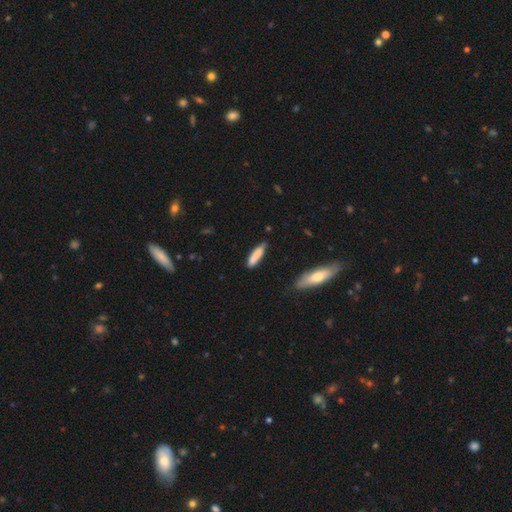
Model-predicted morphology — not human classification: A smooth galaxy with no disk features (84%) that is cigar-shaped (80%). Merging: none (79%).